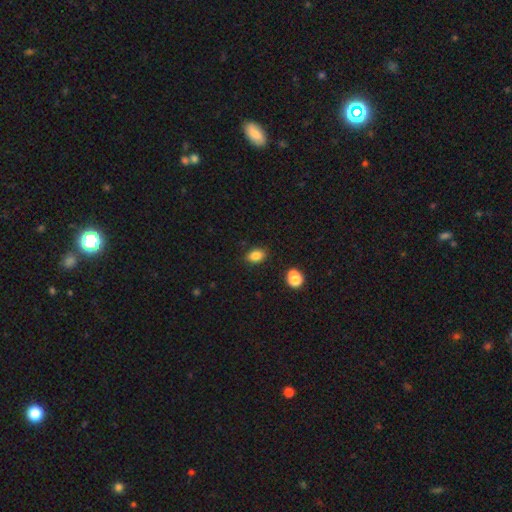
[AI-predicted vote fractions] Overall: smooth (84%). How rounded: in between (80%). Merging: none (84%).